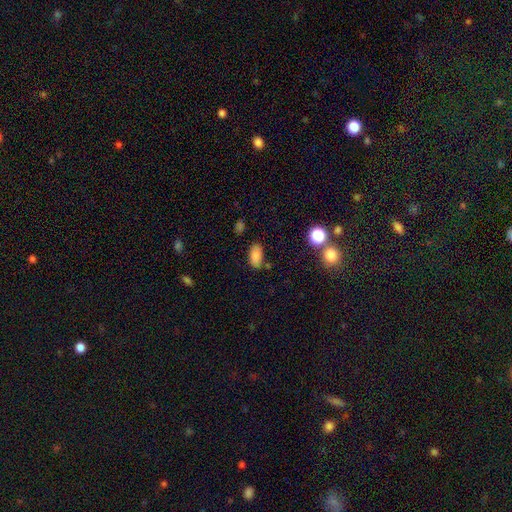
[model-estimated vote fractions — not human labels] smooth 84%, star or artifact 10%, featured or disk 6%. Down the decision tree: how rounded — in between (92%); merging — none (77%).